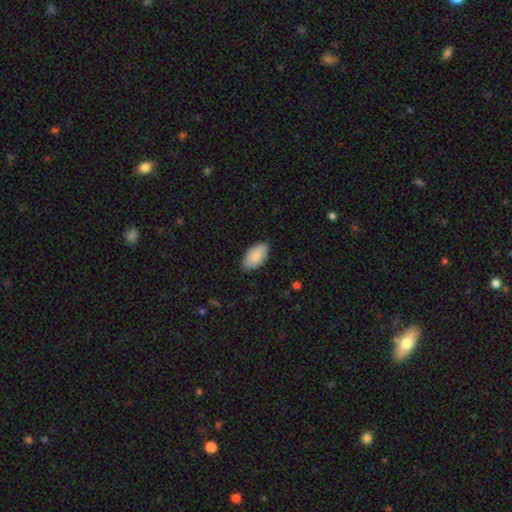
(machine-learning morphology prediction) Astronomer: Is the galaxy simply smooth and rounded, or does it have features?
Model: smooth — 87%.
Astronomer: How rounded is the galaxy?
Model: in between — 95%.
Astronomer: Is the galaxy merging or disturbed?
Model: none — 83%.